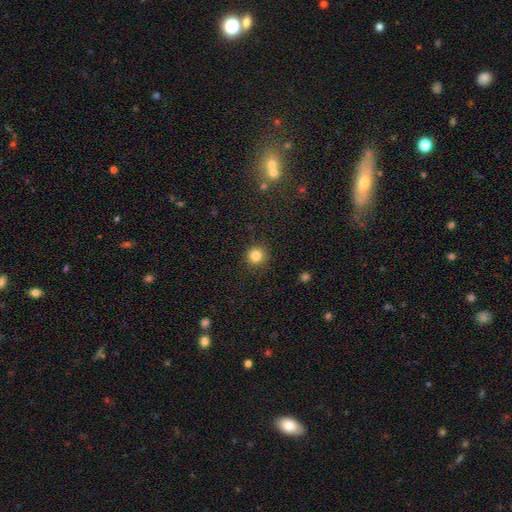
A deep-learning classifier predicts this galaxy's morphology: Smooth or featured?
  - smooth: 83% *
  - star or artifact: 12%
  - featured or disk: 5%
How rounded?
  - round: 93% *
  - in between: 6%
  - cigar-shaped: 1%
Merging?
  - none: 91% *
  - minor disturbance: 6%
  - major disturbance: 2%
  - merger: 1%